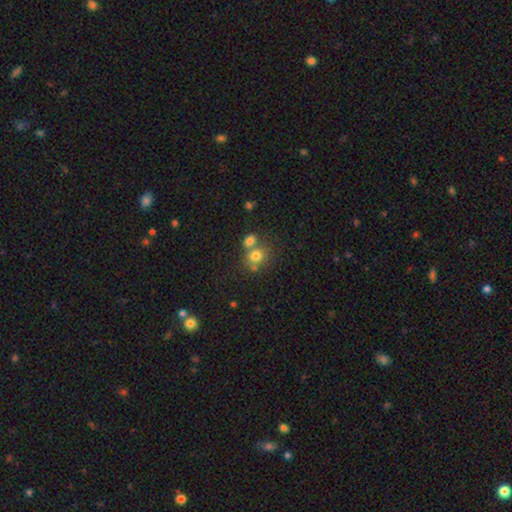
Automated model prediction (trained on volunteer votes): Smooth or featured: smooth — 74% (star or artifact — 13%)
How rounded: round — 64% (in between — 35%)
Merging: none — 44% (merger — 41%)